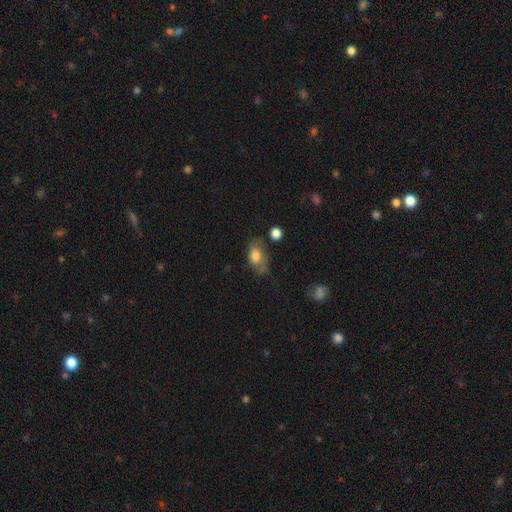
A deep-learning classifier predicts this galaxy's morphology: Overall: smooth (72%). How rounded: in between (84%). Merging: none (46%; minor disturbance 33%).